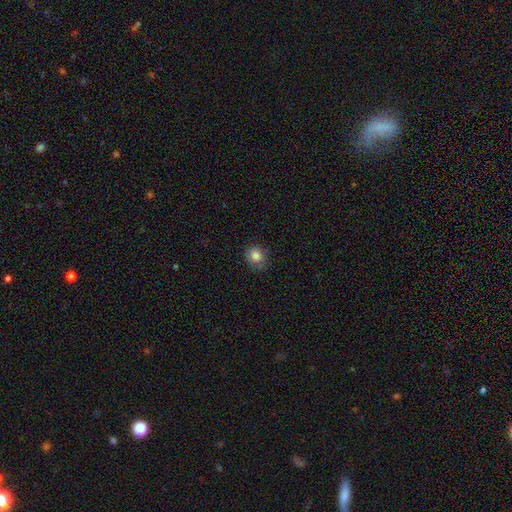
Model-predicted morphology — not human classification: Smooth or featured? Predicted: smooth (p=0.83). How rounded? Predicted: round (p=0.80). Merging? Predicted: none (p=0.79).